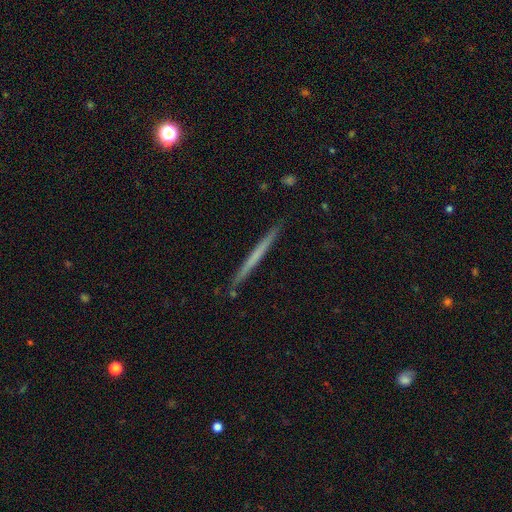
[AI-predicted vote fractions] Smooth or featured? smooth (47%, tied with featured or disk)
Merging? none (91%)